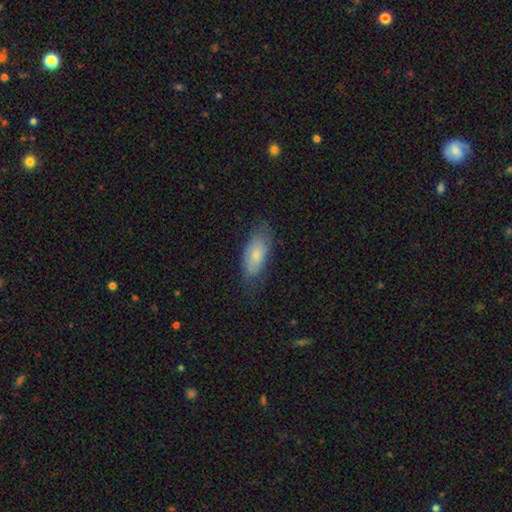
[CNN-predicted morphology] Overall: smooth (74%). How rounded: in between (86%). Merging: none (66%).